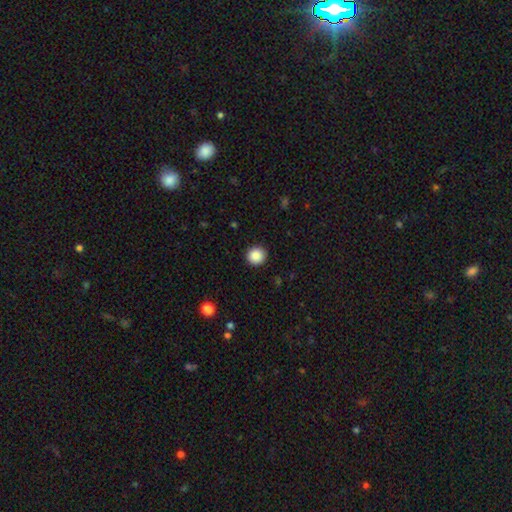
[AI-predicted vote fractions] Q: Smooth or featured?
A: smooth (88%); runner-up: star or artifact (9%)
Q: How rounded?
A: round (94%); runner-up: in between (5%)
Q: Merging?
A: none (92%); runner-up: minor disturbance (5%)